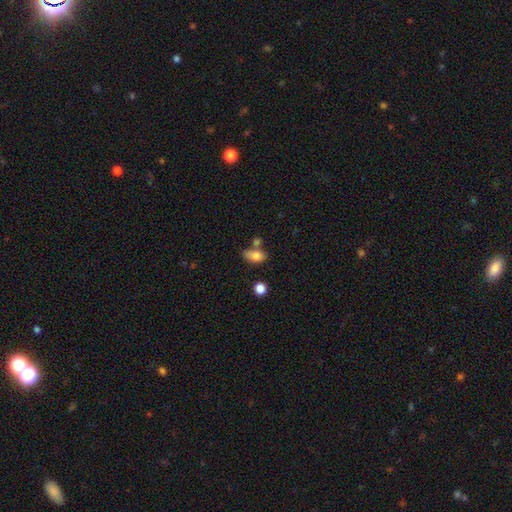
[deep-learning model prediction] Smooth or featured? Predicted: smooth (p=0.79). How rounded? Predicted: in between (p=0.85). Merging? Predicted: none (p=0.51).